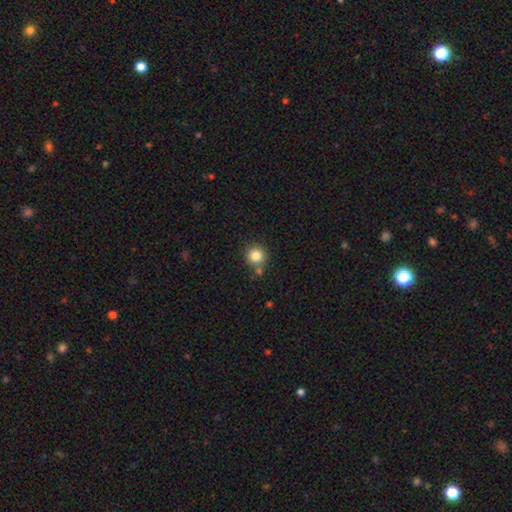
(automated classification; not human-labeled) Overall: smooth (83%). How rounded: round (94%). Merging: none (74%).